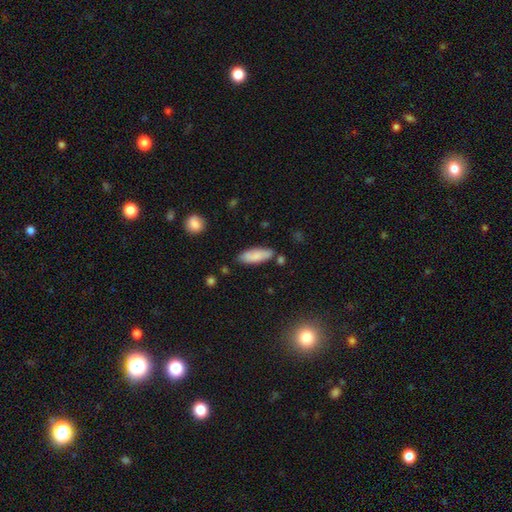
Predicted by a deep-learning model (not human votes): Smooth or featured?
  - smooth: 81% *
  - featured or disk: 13%
  - star or artifact: 6%
How rounded?
  - in between: 68% *
  - cigar-shaped: 30%
  - round: 2%
Merging?
  - none: 78% *
  - minor disturbance: 15%
  - merger: 4%
  - major disturbance: 3%